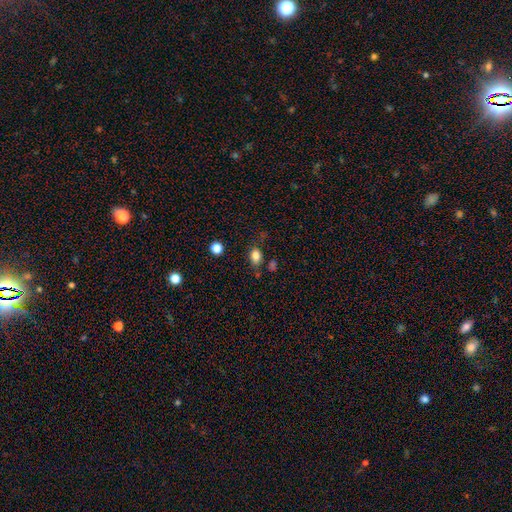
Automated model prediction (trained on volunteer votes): Smooth or featured: smooth — 82% (star or artifact — 11%)
How rounded: in between — 73% (round — 25%)
Merging: none — 75% (minor disturbance — 16%)